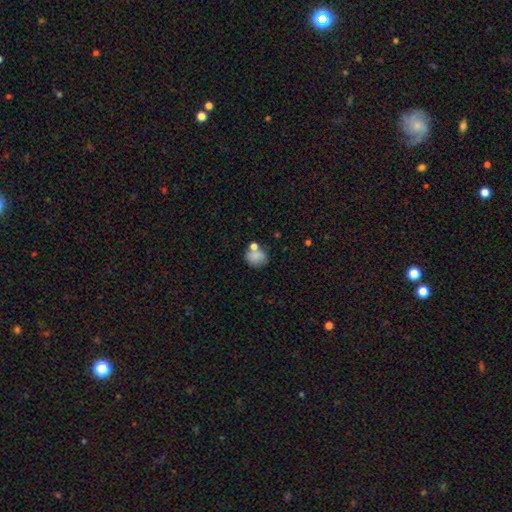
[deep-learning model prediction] The model was most divided on "merging": none: 57%, merger: 23%, minor disturbance: 15%, major disturbance: 5%. More confident: smooth or featured — smooth (79%); how rounded — round (77%).